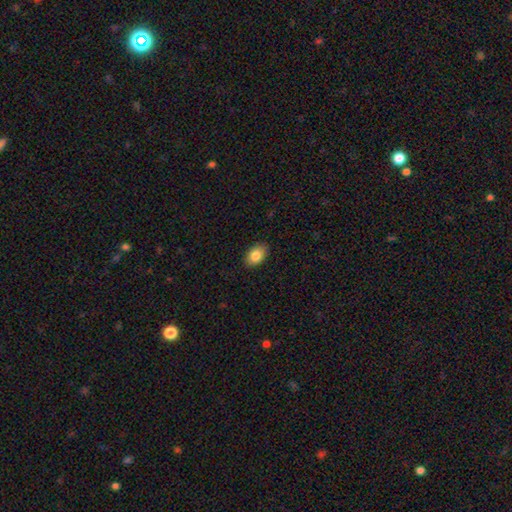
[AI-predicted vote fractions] Smooth or featured? smooth (84%)
How rounded? in between (86%)
Merging? none (88%)